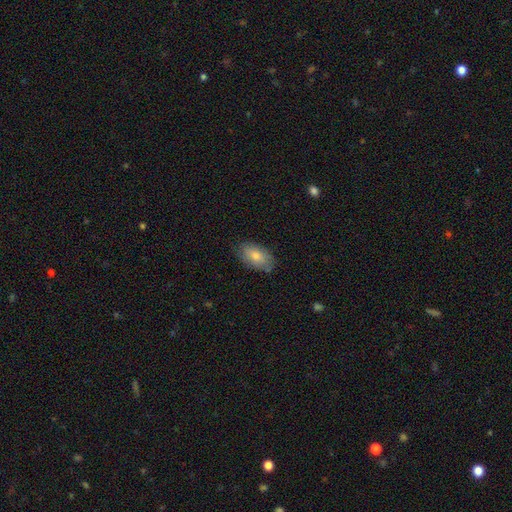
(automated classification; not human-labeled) The model was most divided on "smooth or featured": smooth: 76%, featured or disk: 16%, star or artifact: 8%. More confident: how rounded — in between (93%); merging — none (81%).